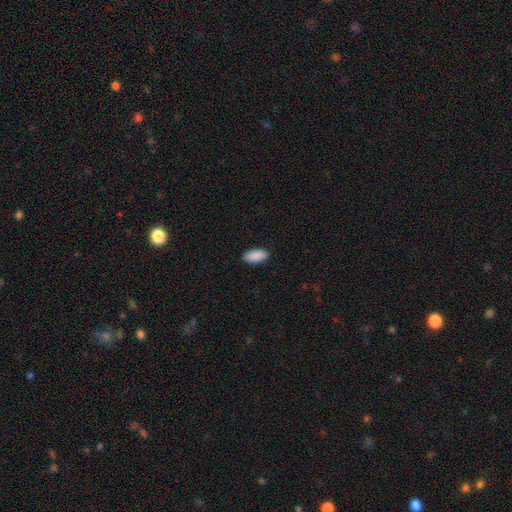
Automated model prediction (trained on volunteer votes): Q: Smooth or featured?
A: smooth (91%); runner-up: star or artifact (6%)
Q: How rounded?
A: in between (92%); runner-up: cigar-shaped (6%)
Q: Merging?
A: none (90%); runner-up: minor disturbance (7%)